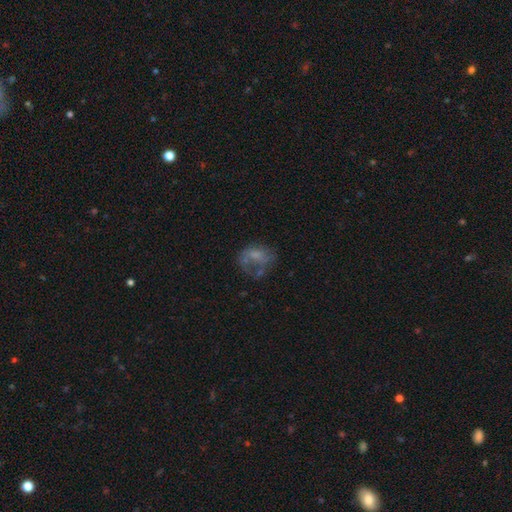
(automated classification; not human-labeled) Q: Smooth or featured?
A: smooth (45%); runner-up: featured or disk (41%)
Q: Merging?
A: major disturbance (36%); runner-up: none (35%)